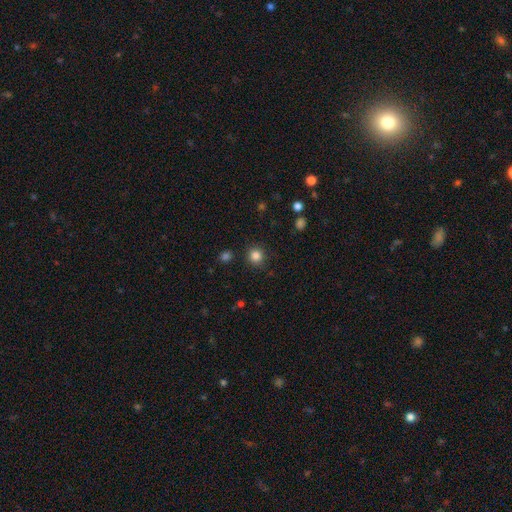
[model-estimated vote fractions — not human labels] This appears to be a smooth galaxy with no disk features (84%) that is round (93%). Merging: none (89%).